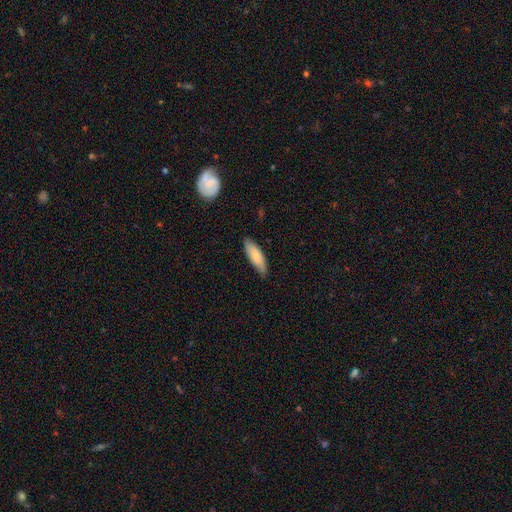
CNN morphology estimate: This is likely a smooth galaxy (79%). How rounded: possibly in between (54%). Merging: likely none (78%).